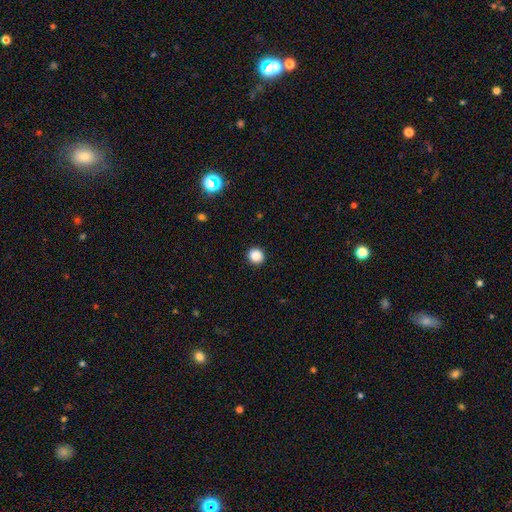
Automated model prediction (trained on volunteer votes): smooth-or-featured: smooth: 87% | star or artifact: 11% | featured or disk: 3%
  how-rounded: round: 90% | in between: 9% | cigar-shaped: 1%
  merging: none: 93% | minor disturbance: 5% | major disturbance: 2% | merger: 1%